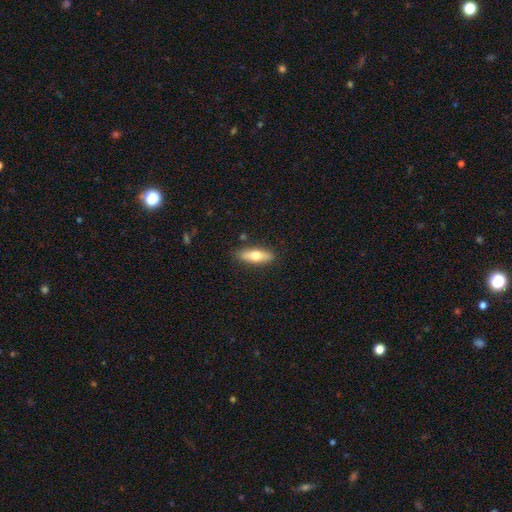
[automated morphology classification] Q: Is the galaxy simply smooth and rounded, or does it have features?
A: smooth — 64%.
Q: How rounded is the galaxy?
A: in between — 55%.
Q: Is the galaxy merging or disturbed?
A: none — 86%.